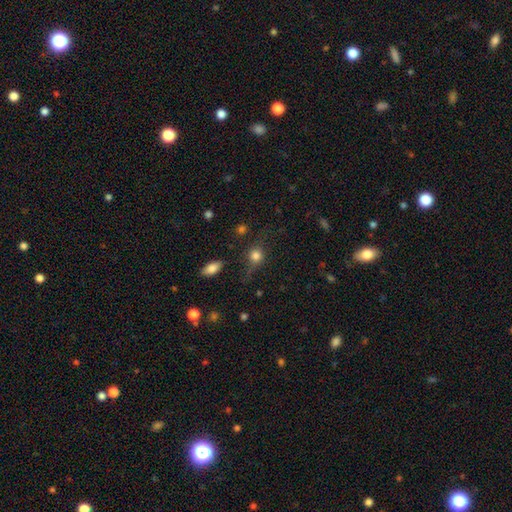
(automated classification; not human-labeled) Smooth or featured: smooth — 72% (featured or disk — 15%)
How rounded: round — 79% (in between — 19%)
Merging: none — 63% (minor disturbance — 20%)